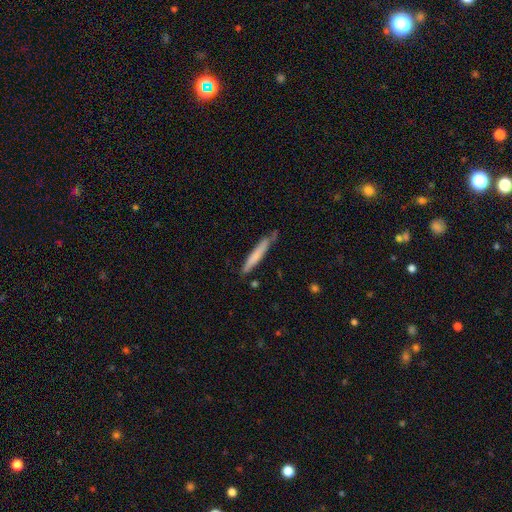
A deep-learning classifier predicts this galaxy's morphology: Overall: smooth (70%). How rounded: cigar-shaped (95%). Merging: none (72%).